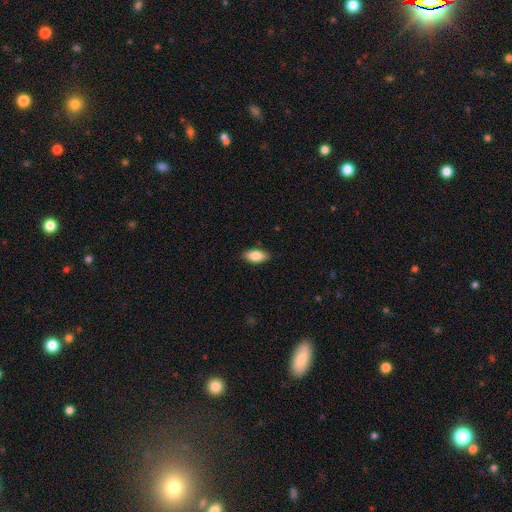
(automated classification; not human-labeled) Smooth or featured?
  - smooth: 84% *
  - featured or disk: 10%
  - star or artifact: 7%
How rounded?
  - in between: 88% *
  - cigar-shaped: 9%
  - round: 3%
Merging?
  - none: 88% *
  - minor disturbance: 9%
  - major disturbance: 2%
  - merger: 1%